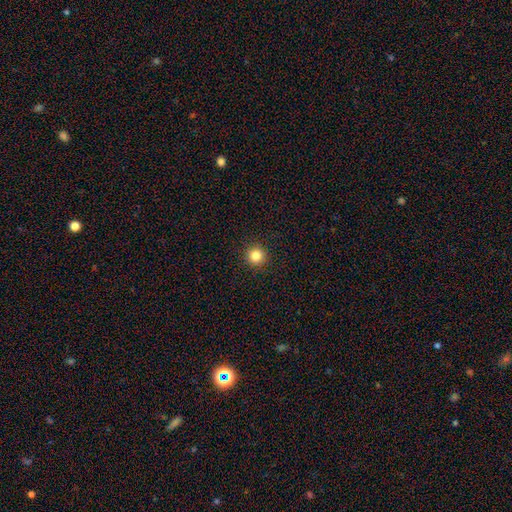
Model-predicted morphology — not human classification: smooth 83%, star or artifact 13%, featured or disk 5%. Down the decision tree: how rounded — round (96%); merging — none (93%).